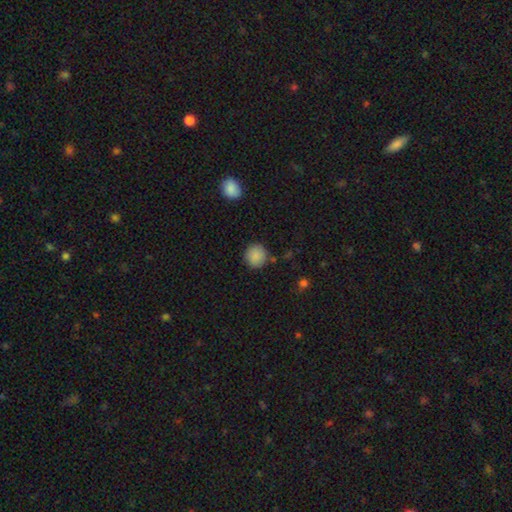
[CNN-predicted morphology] Smooth or featured? smooth (87%)
How rounded? round (92%)
Merging? none (86%)